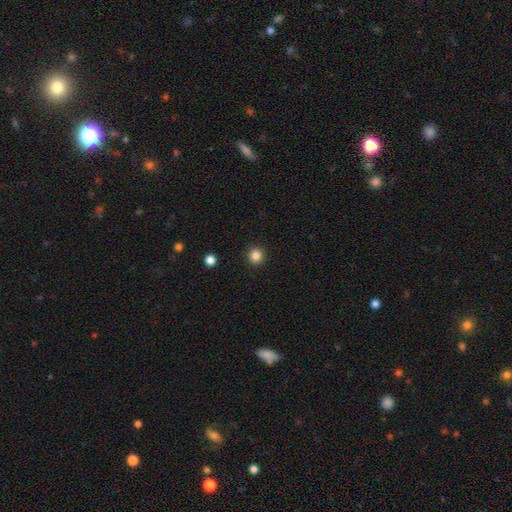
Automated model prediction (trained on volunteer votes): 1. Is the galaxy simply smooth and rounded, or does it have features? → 85% smooth, 11% star or artifact, 4% featured or disk.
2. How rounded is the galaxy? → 95% round, 4% in between, 1% cigar-shaped.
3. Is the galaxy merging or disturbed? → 93% none, 4% minor disturbance, 2% major disturbance, 1% merger.